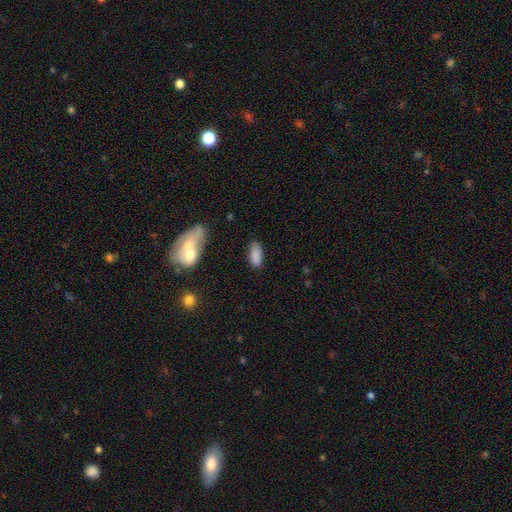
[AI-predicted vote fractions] Smooth or featured? Predicted: smooth (p=0.87). How rounded? Predicted: in between (p=0.87). Merging? Predicted: none (p=0.77).